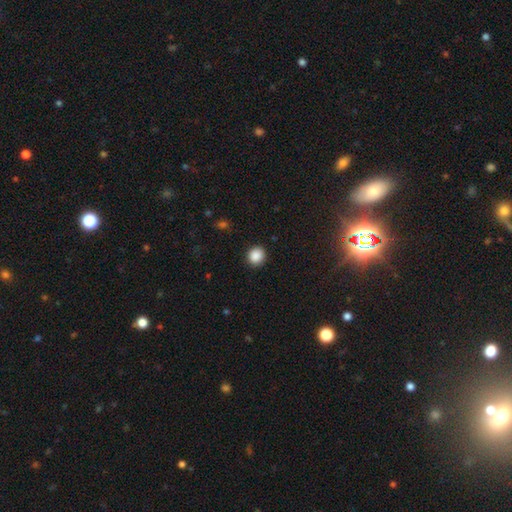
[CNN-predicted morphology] smooth 88%, star or artifact 9%, featured or disk 3%. Down the decision tree: how rounded — round (86%); merging — none (90%).